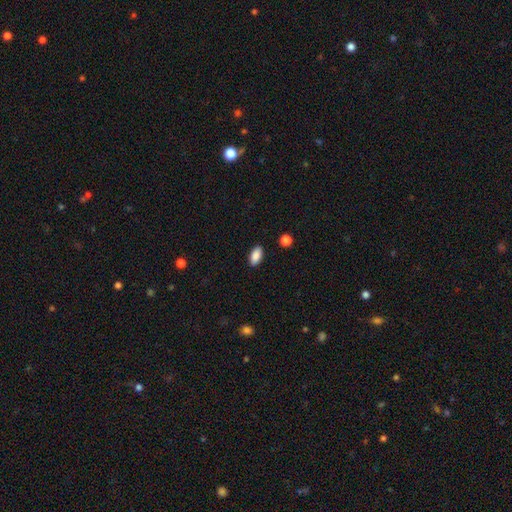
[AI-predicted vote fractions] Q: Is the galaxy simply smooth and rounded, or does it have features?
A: smooth — 88%.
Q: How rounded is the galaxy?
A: in between — 91%.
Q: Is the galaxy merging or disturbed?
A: none — 89%.